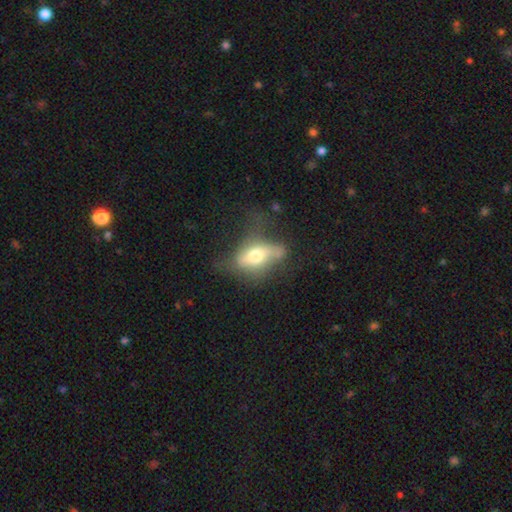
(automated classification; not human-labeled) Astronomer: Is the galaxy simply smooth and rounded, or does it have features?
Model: smooth — 49% (runner-up: featured or disk, 43%).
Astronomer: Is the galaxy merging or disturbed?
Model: none — 37% (runner-up: major disturbance, 29%).